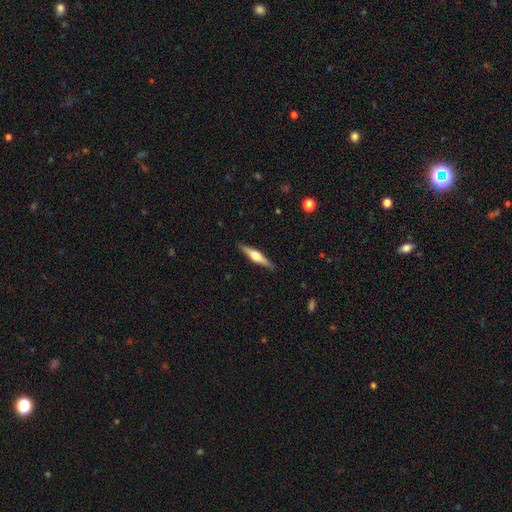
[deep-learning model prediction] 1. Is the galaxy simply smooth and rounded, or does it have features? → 63% featured or disk, 32% smooth, 5% star or artifact.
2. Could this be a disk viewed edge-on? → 97% yes, 3% no.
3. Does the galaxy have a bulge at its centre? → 89% rounded, 7% boxy, 3% none.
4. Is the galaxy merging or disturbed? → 90% none, 8% minor disturbance, 2% major disturbance, 1% merger.